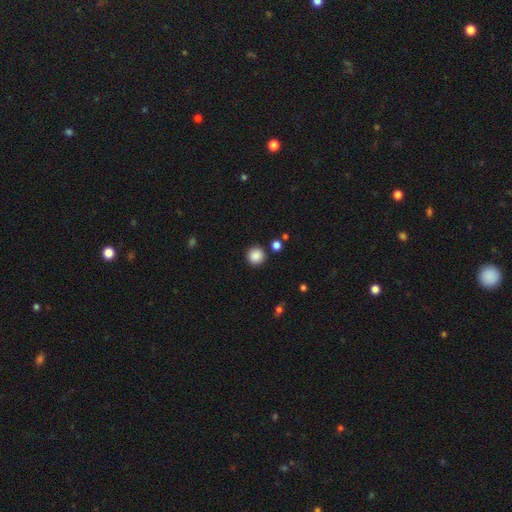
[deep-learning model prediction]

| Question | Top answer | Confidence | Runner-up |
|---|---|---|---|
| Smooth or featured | smooth | 87% | star or artifact (10%) |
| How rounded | round | 94% | in between (5%) |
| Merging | none | 88% | minor disturbance (6%) |